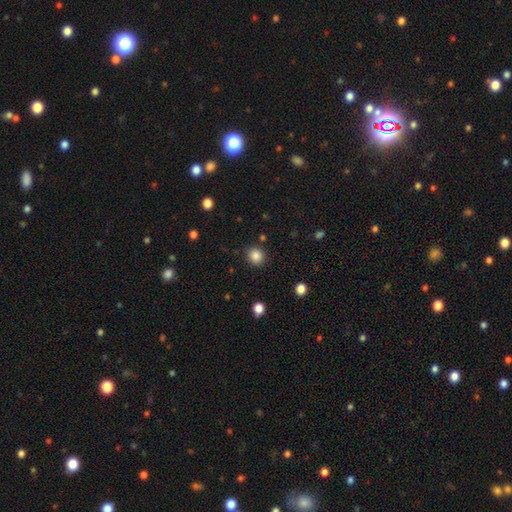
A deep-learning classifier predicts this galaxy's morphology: Q: Smooth or featured?
A: smooth (85%); runner-up: star or artifact (11%)
Q: How rounded?
A: round (90%); runner-up: in between (9%)
Q: Merging?
A: none (88%); runner-up: minor disturbance (7%)